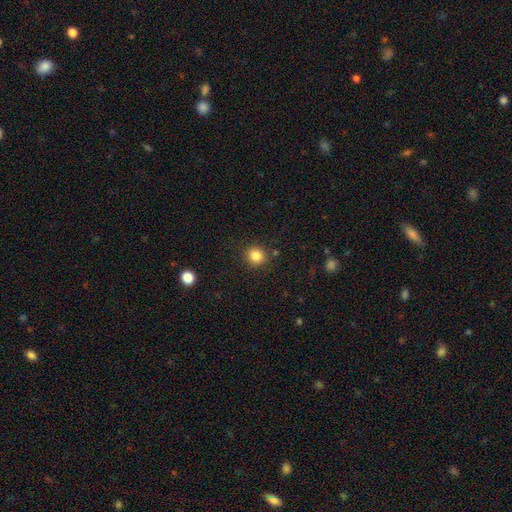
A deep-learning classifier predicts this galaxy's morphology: Smooth or featured? Predicted: smooth (p=0.84). How rounded? Predicted: round (p=0.87). Merging? Predicted: none (p=0.87).